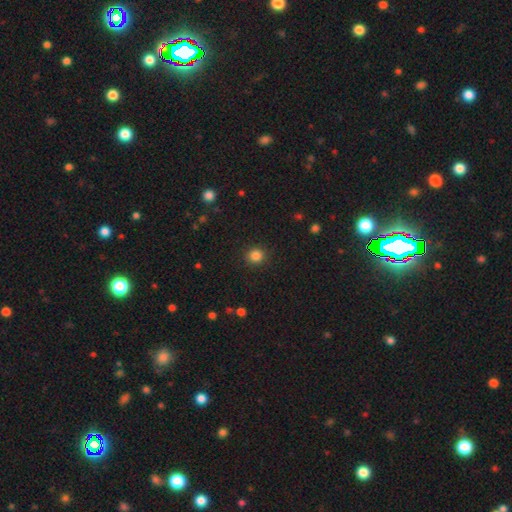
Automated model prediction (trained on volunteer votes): smooth_or_featured: smooth (p=0.84) [alt: star or artifact p=0.12]
how_rounded: round (p=0.90) [alt: in between p=0.09]
merging: none (p=0.90) [alt: minor disturbance p=0.06]